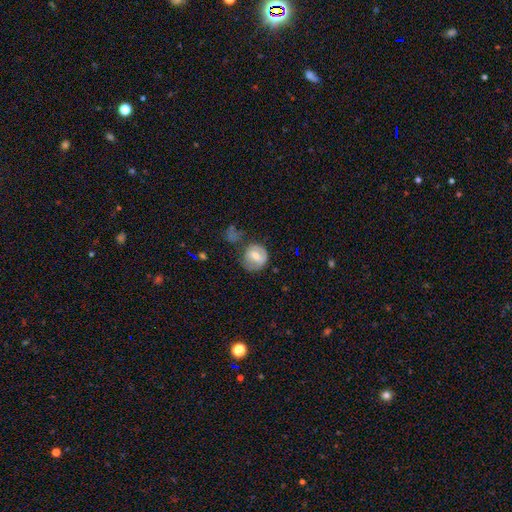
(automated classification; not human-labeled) The model was most divided on "smooth or featured": smooth: 59%, featured or disk: 33%, star or artifact: 8%. More confident: how rounded — round (79%); merging — none (58%).